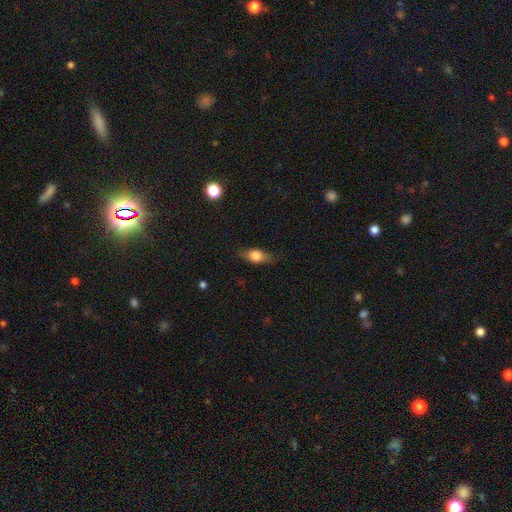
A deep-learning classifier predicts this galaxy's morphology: Smooth or featured?
  - smooth: 66% *
  - featured or disk: 26%
  - star or artifact: 8%
How rounded?
  - in between: 72% *
  - cigar-shaped: 17%
  - round: 11%
Merging?
  - none: 79% *
  - minor disturbance: 16%
  - major disturbance: 4%
  - merger: 1%